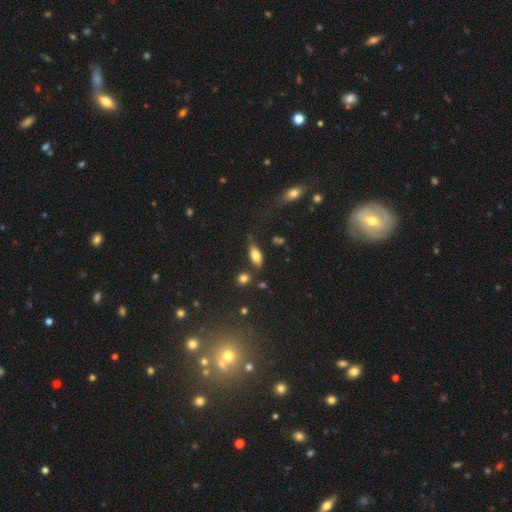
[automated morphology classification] Overall: smooth (78%). How rounded: in between (83%). Merging: none (68%).